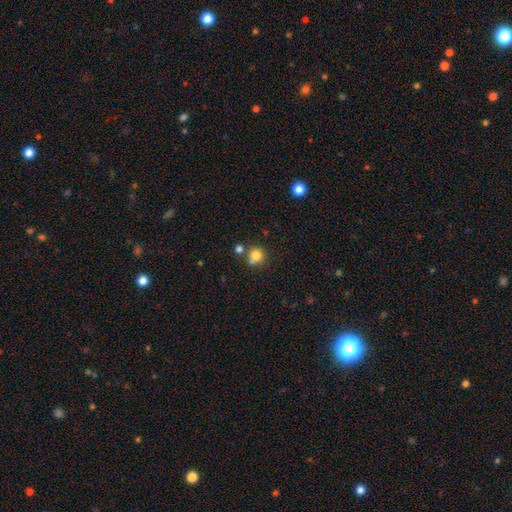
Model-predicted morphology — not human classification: The model was most divided on "merging": none: 60%, merger: 21%, minor disturbance: 15%, major disturbance: 5%. More confident: how rounded — round (85%); smooth or featured — smooth (80%).